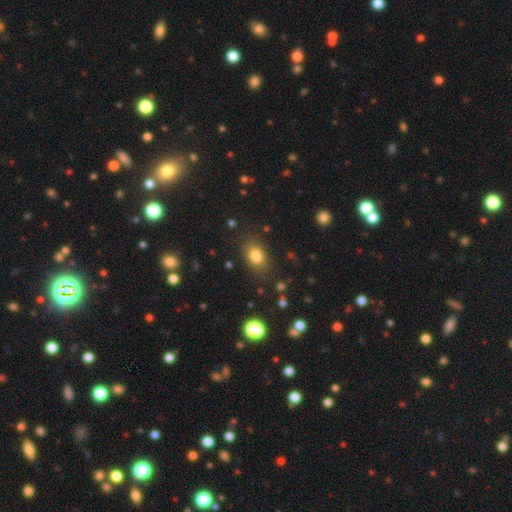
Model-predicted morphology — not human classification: Smooth or featured? Predicted: smooth (p=0.80). How rounded? Predicted: in between (p=0.78). Merging? Predicted: none (p=0.81).